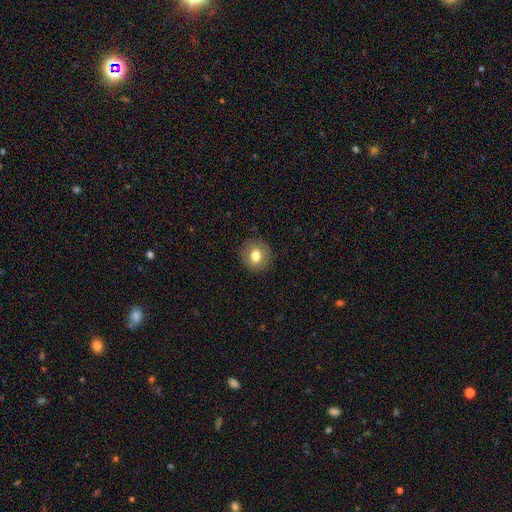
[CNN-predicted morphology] Smooth or featured?
  - smooth: 78% *
  - featured or disk: 13%
  - star or artifact: 10%
How rounded?
  - round: 87% *
  - in between: 12%
  - cigar-shaped: 1%
Merging?
  - none: 90% *
  - minor disturbance: 7%
  - major disturbance: 2%
  - merger: 1%